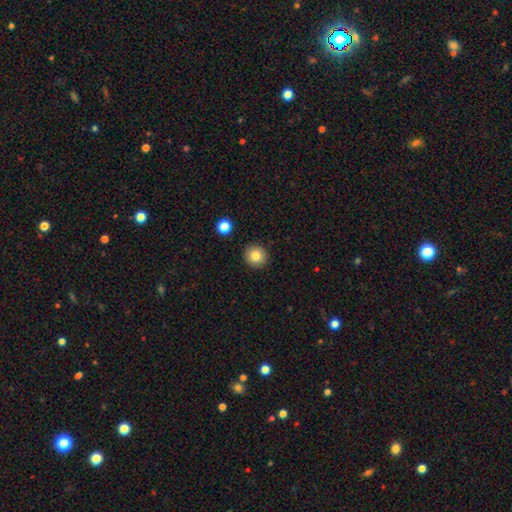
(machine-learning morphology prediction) This appears to be a smooth galaxy with no disk features (82%) that is round (93%). Merging: none (91%).